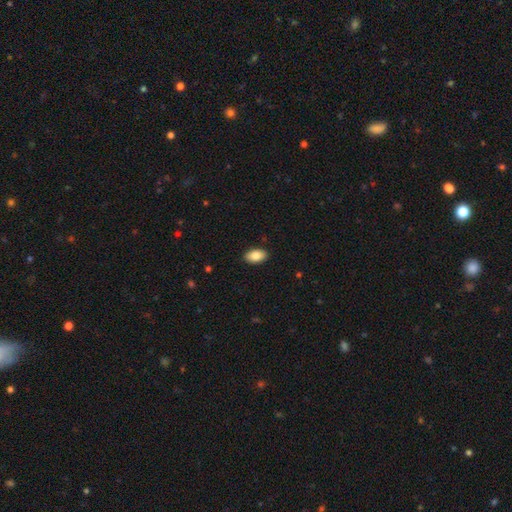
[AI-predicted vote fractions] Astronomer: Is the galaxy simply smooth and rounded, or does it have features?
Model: smooth — 87%.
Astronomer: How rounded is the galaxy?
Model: in between — 94%.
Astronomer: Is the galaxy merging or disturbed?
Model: none — 89%.